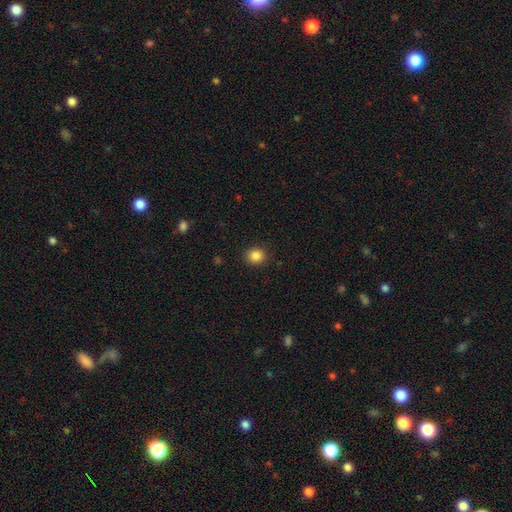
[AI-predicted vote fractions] Q: Smooth or featured?
A: smooth (85%); runner-up: star or artifact (10%)
Q: How rounded?
A: round (82%); runner-up: in between (17%)
Q: Merging?
A: none (91%); runner-up: minor disturbance (6%)